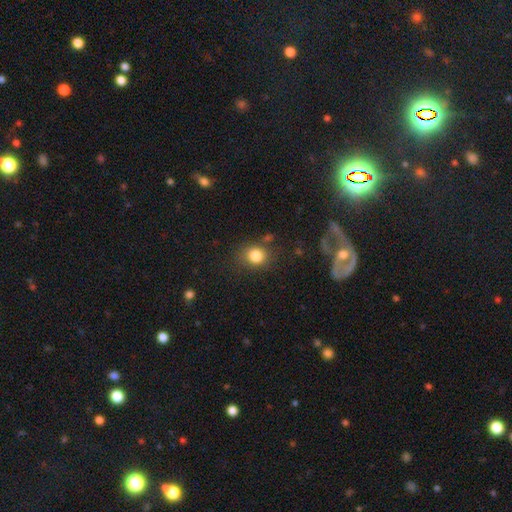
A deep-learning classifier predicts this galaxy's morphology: type=smooth (84%); roundness=round (71%); merging=none (75%).